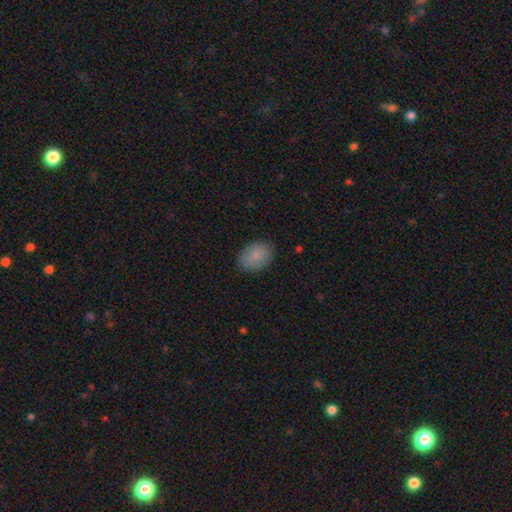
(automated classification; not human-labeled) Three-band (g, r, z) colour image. It shows a smooth galaxy with no disk features (86%) that is in between round and cigar-shaped (77%). Merging: none (84%).